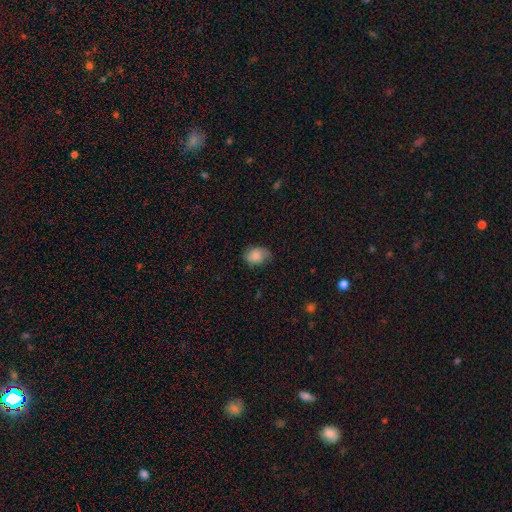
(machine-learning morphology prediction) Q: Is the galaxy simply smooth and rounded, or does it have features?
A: smooth — 79%.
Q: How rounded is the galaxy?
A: in between — 68%.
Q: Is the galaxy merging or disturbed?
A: none — 70%.